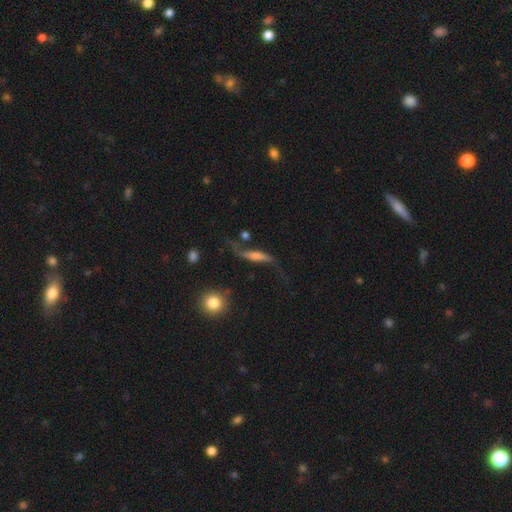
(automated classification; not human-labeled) smooth_or_featured: featured or disk (p=0.71) [alt: smooth p=0.20]
disk_edge_on: no (p=0.61) [alt: yes p=0.39]
merging: none (p=0.53) [alt: major disturbance p=0.21]